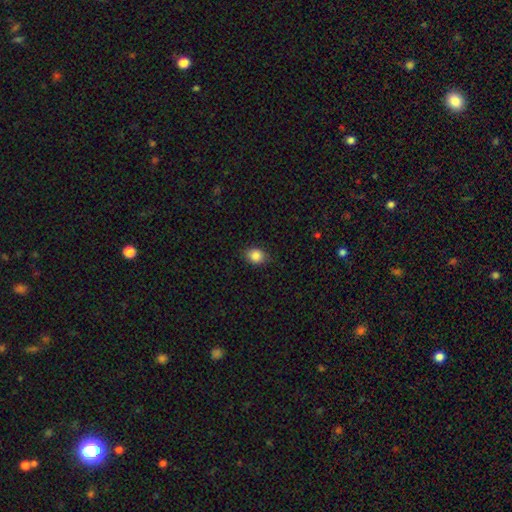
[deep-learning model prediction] Smooth or featured? smooth (86%)
How rounded? in between (50%)
Merging? none (82%)